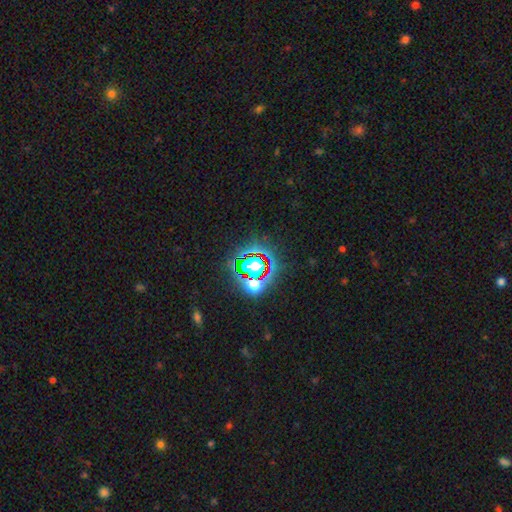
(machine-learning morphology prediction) type=star or artifact (76%).